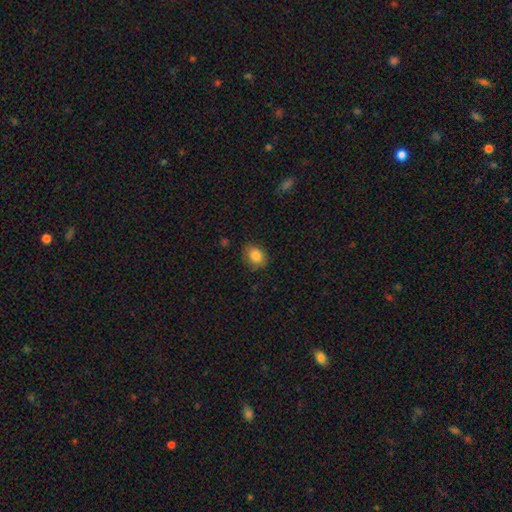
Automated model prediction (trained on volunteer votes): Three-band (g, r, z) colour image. It shows a smooth galaxy with no disk features (84%) that is round (51%). Merging: none (79%).